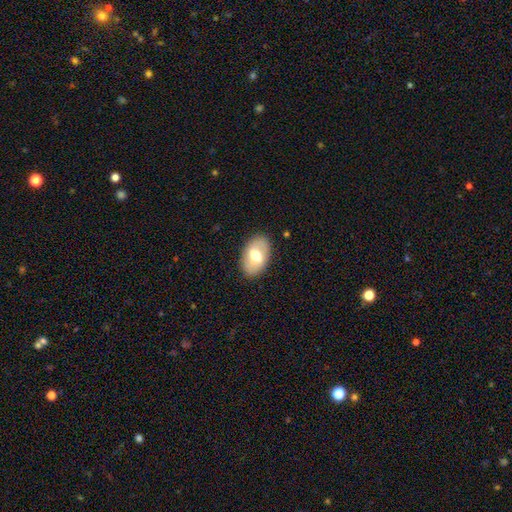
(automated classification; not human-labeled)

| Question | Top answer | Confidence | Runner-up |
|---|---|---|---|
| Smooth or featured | smooth | 56% | featured or disk (37%) |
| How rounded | in between | 89% | round (10%) |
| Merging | none | 86% | minor disturbance (10%) |